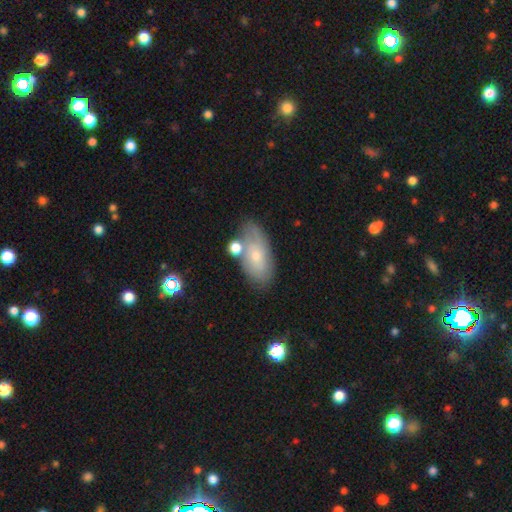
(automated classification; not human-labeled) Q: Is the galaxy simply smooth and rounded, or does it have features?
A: smooth — 55%.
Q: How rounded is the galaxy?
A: in between — 91%.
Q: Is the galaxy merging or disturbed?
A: none — 58%.